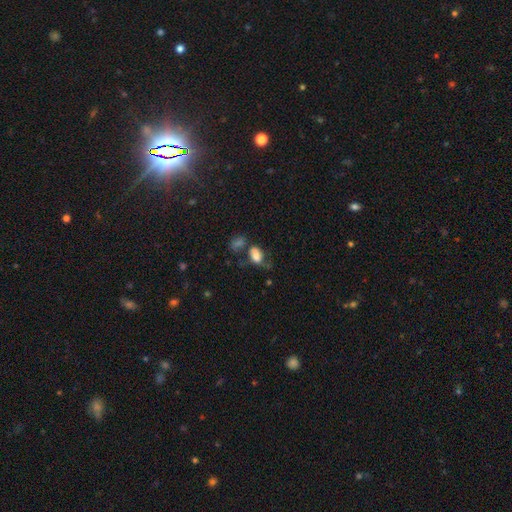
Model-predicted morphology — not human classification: Smooth or featured? Predicted: smooth (p=0.73). How rounded? Predicted: in between (p=0.88). Merging? Predicted: none (p=0.38).